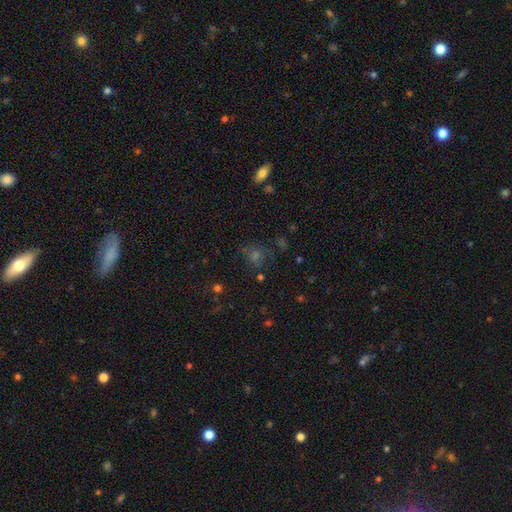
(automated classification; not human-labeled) A smooth galaxy with no disk features (42%).

Vote fractions:
- Smooth or featured? smooth: 42% / star or artifact: 38% / featured or disk: 20%
- Merging? none: 72% / minor disturbance: 15% / major disturbance: 9% / merger: 4%